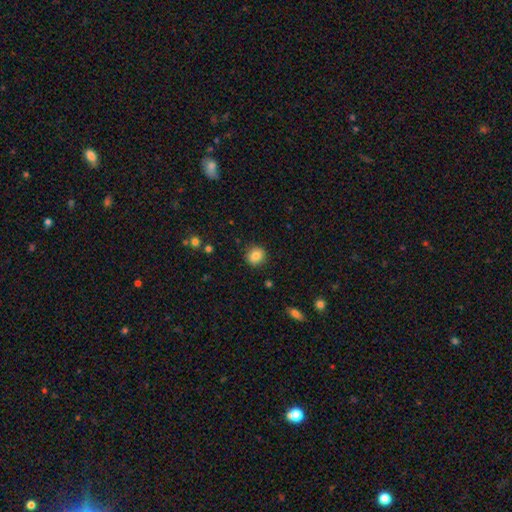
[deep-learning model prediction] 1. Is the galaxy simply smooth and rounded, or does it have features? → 84% smooth, 10% star or artifact, 6% featured or disk.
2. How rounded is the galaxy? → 88% round, 11% in between, 1% cigar-shaped.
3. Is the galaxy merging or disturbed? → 90% none, 7% minor disturbance, 2% major disturbance, 1% merger.